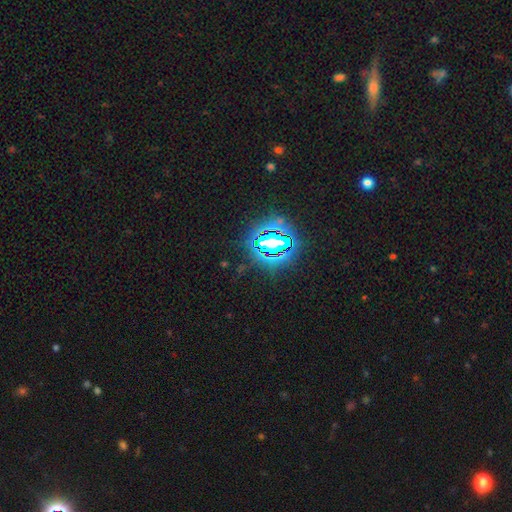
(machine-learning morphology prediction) type=star or artifact (81%).